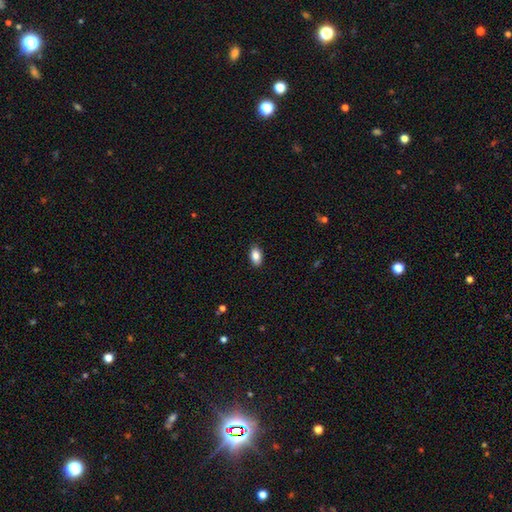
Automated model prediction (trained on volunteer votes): smooth-or-featured: smooth: 86% | star or artifact: 8% | featured or disk: 7%
  how-rounded: in between: 91% | round: 7% | cigar-shaped: 2%
  merging: none: 88% | minor disturbance: 9% | major disturbance: 2% | merger: 1%